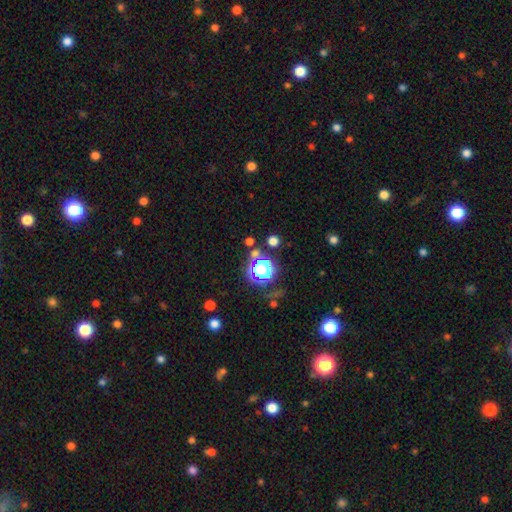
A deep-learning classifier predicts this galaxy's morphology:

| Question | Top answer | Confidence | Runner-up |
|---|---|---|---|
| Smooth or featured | star or artifact | 62% | smooth (28%) |